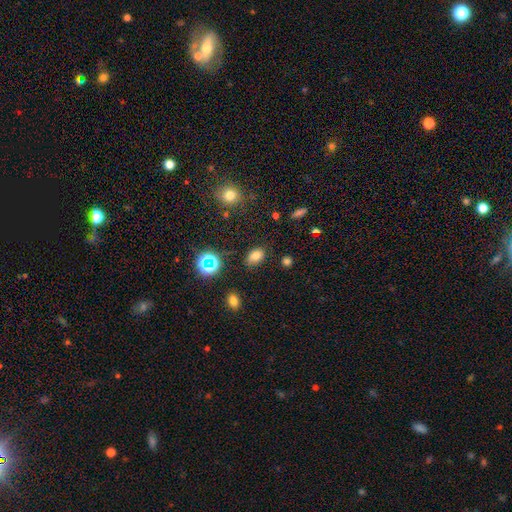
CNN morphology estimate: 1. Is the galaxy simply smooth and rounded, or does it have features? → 74% smooth, 18% star or artifact, 7% featured or disk.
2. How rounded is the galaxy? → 81% in between, 18% round, 1% cigar-shaped.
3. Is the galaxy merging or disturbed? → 80% none, 14% minor disturbance, 4% major disturbance, 3% merger.